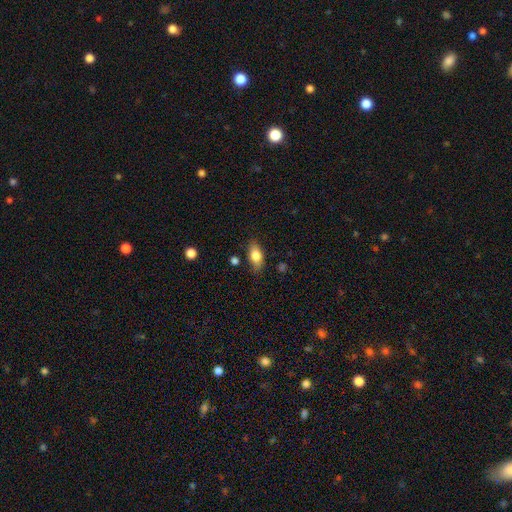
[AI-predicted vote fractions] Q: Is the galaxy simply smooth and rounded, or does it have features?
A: smooth — 81%.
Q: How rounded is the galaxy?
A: in between — 87%.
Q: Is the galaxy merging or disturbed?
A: none — 81%.